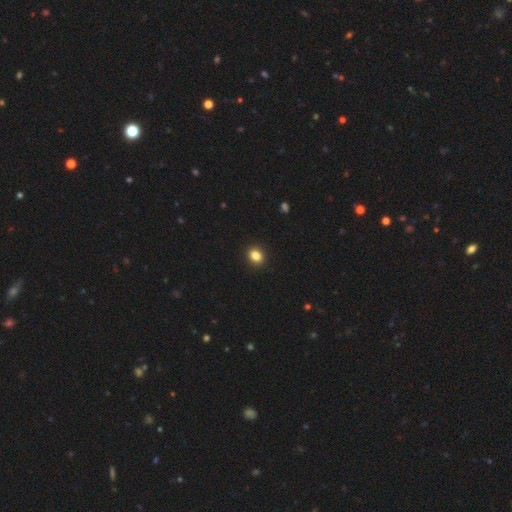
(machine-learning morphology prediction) smooth 86%, star or artifact 10%, featured or disk 4%. Down the decision tree: how rounded — in between (51%); merging — none (91%).